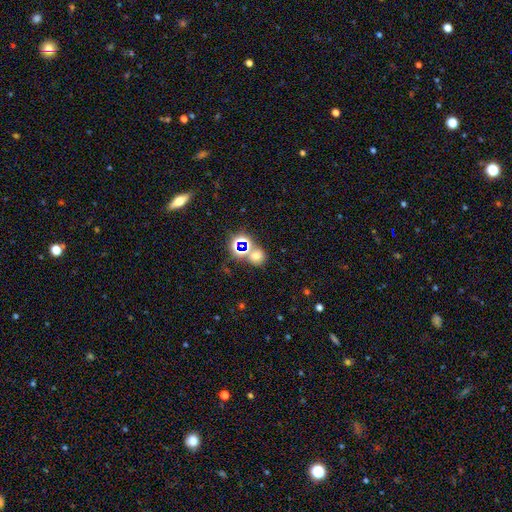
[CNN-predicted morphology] A smooth galaxy with no disk features (55%) that is round (78%). Merging: none (62%).